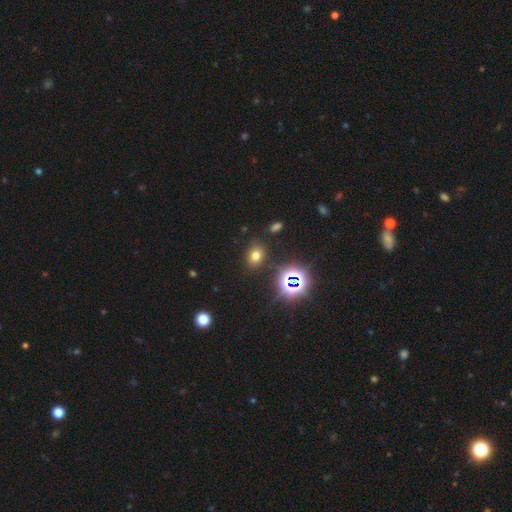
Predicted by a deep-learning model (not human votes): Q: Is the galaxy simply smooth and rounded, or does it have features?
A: smooth — 65%.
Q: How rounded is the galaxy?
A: in between — 61%.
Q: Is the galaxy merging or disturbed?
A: none — 83%.